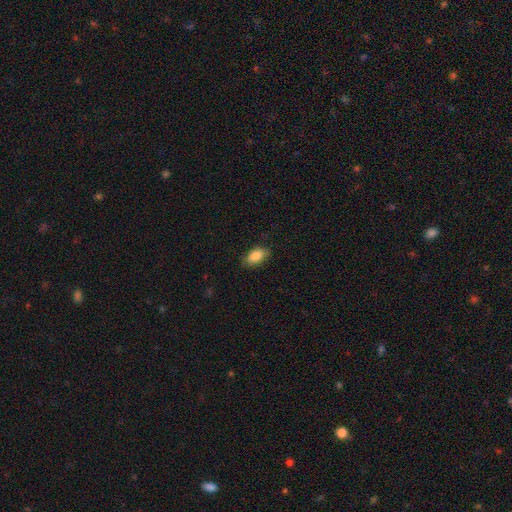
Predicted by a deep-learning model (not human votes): Smooth or featured? smooth (87%)
How rounded? in between (90%)
Merging? none (81%)